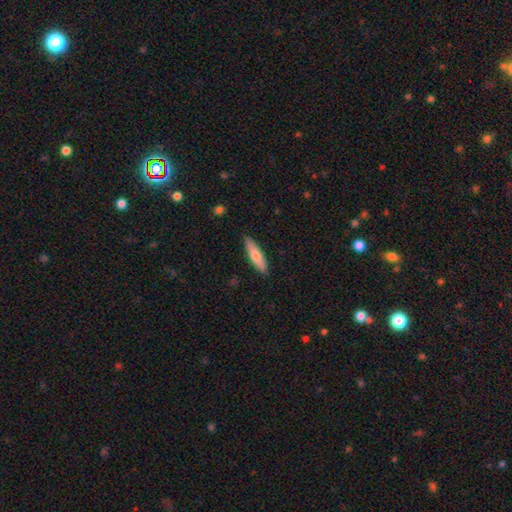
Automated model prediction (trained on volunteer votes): Smooth or featured? smooth (71%)
How rounded? cigar-shaped (69%)
Merging? none (89%)